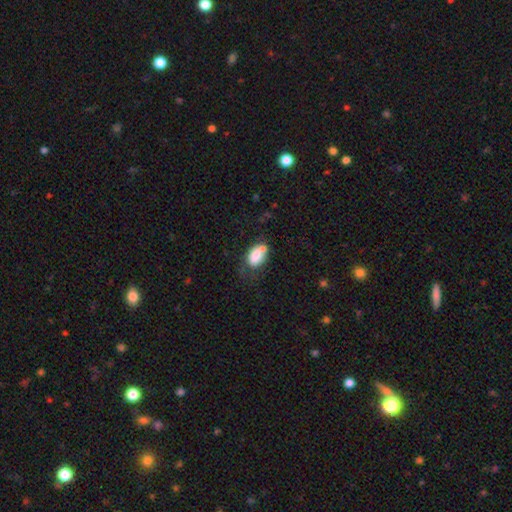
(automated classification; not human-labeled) Smooth or featured? smooth (76%)
How rounded? in between (86%)
Merging? none (33%)